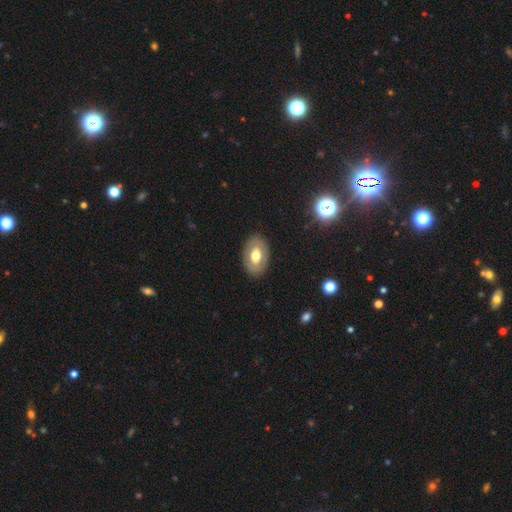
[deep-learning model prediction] smooth_or_featured: smooth (p=0.55) [alt: featured or disk p=0.38]
how_rounded: in between (p=0.85) [alt: round p=0.13]
merging: none (p=0.84) [alt: minor disturbance p=0.11]